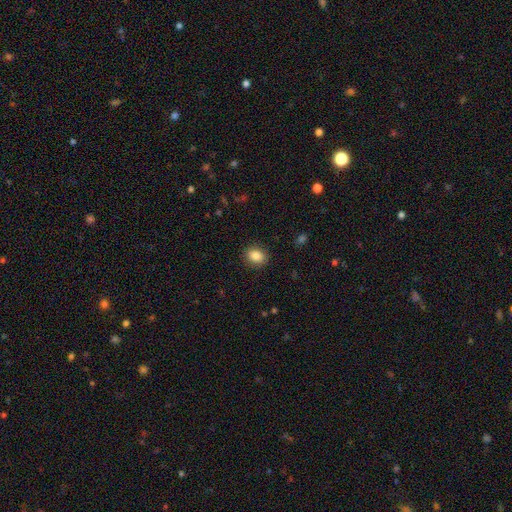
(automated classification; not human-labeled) Smooth or featured? smooth (86%)
How rounded? round (54%)
Merging? none (89%)